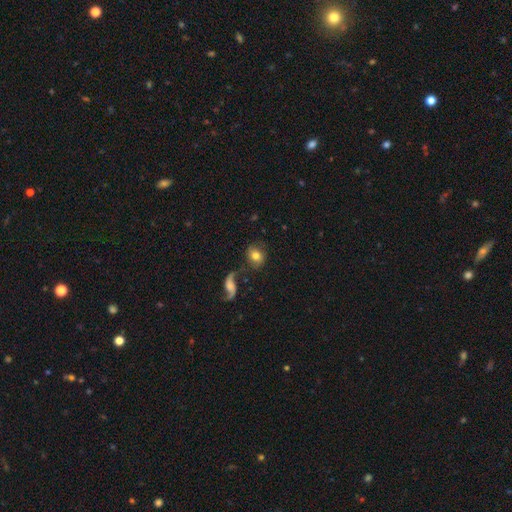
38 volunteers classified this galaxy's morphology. Smooth or featured: smooth — 53% (featured or disk — 37%)
How rounded: round — 70% (in between — 25%)
Merging: none — 62% (minor disturbance — 24%)